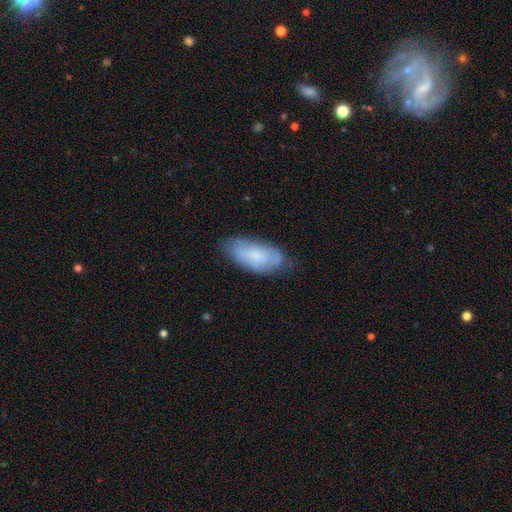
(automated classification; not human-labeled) smooth_or_featured: smooth (p=0.62) [alt: featured or disk p=0.31]
how_rounded: in between (p=0.88) [alt: cigar-shaped p=0.10]
merging: none (p=0.68) [alt: minor disturbance p=0.25]